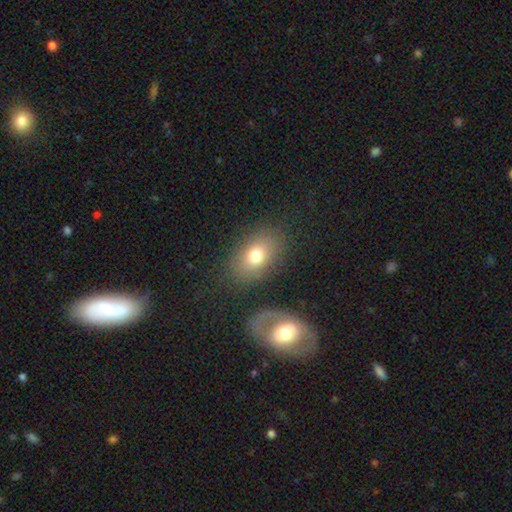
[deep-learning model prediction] Smooth or featured?
  - smooth: 73% *
  - featured or disk: 16%
  - star or artifact: 11%
How rounded?
  - in between: 80% *
  - round: 18%
  - cigar-shaped: 2%
Merging?
  - none: 79% *
  - minor disturbance: 12%
  - major disturbance: 5%
  - merger: 4%